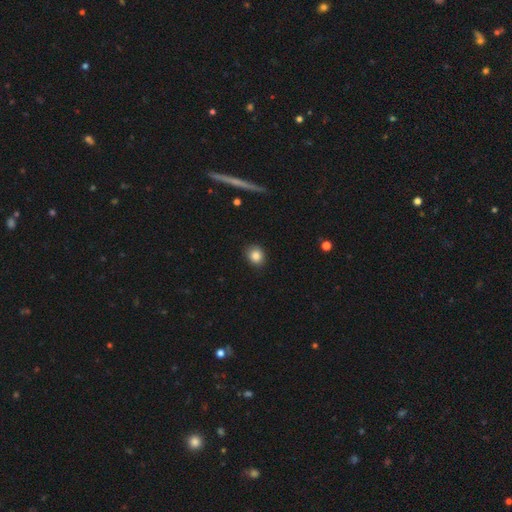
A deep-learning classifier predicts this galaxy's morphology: smooth_or_featured: smooth (p=0.85) [alt: star or artifact p=0.09]
how_rounded: round (p=0.74) [alt: in between p=0.25]
merging: none (p=0.87) [alt: minor disturbance p=0.10]